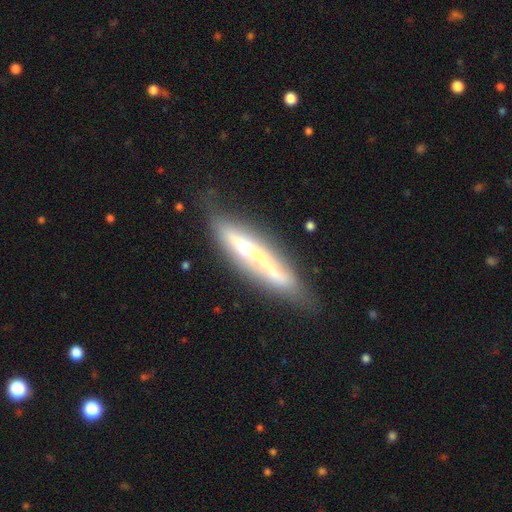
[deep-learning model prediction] Smooth or featured: featured or disk — 60% (smooth — 32%)
Edge-on disk: yes — 77% (no — 23%)
Merging: none — 66% (minor disturbance — 23%)